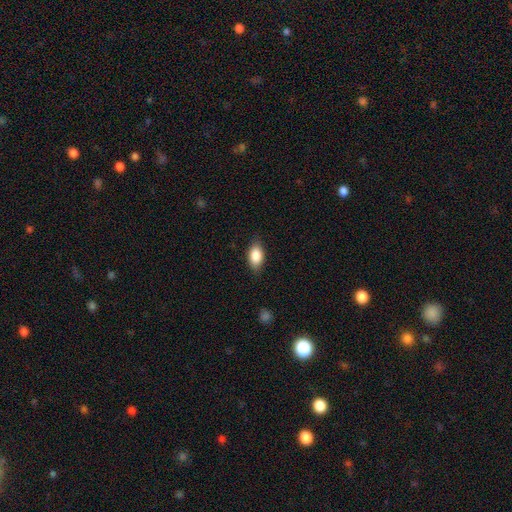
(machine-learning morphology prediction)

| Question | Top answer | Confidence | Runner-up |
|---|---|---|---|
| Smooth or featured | smooth | 86% | featured or disk (7%) |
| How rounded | in between | 90% | round (6%) |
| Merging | none | 82% | minor disturbance (14%) |